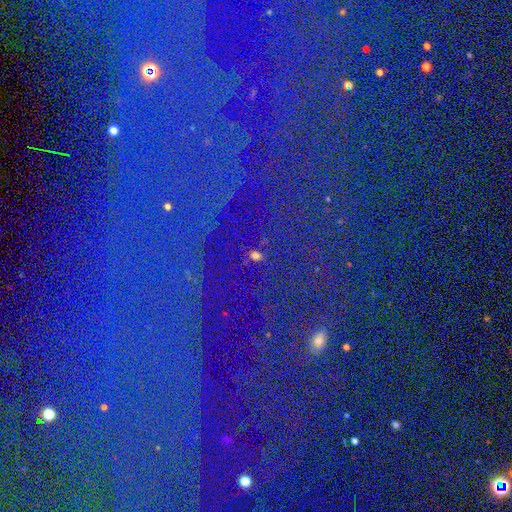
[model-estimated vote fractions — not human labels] Morphology: type=star or artifact (49%).